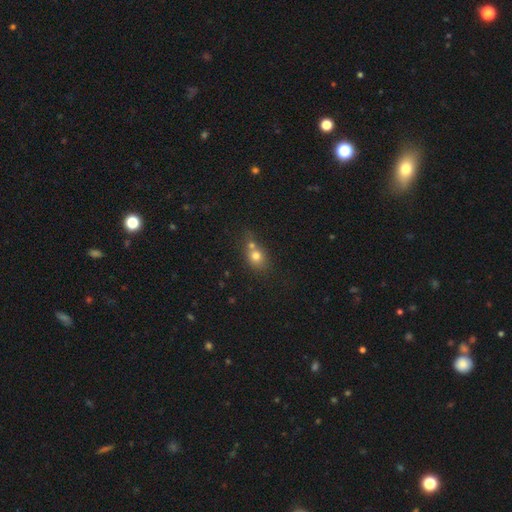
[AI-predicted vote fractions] The model was most divided on "merging": merger: 45%, none: 40%, minor disturbance: 11%, major disturbance: 5%. More confident: smooth or featured — smooth (72%); how rounded — round (63%).